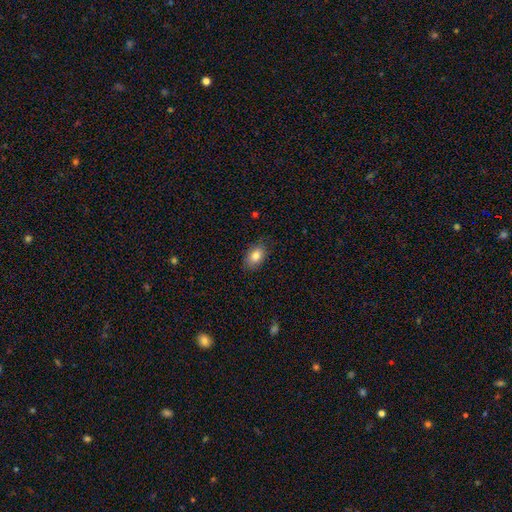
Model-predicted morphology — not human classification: type=smooth (82%); roundness=in between (86%); merging=none (82%).